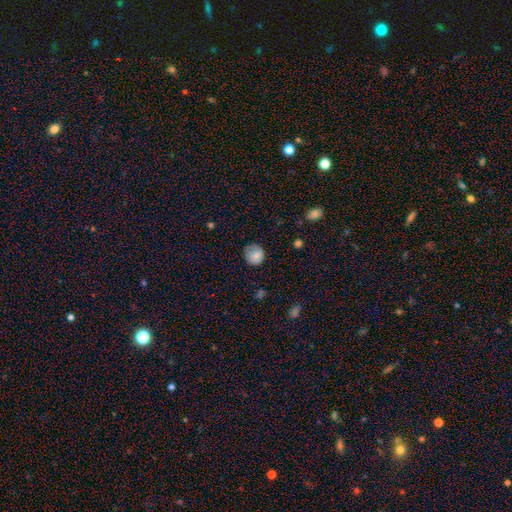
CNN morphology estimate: A smooth galaxy with no disk features (80%) that is round (82%). Merging: none (66%).